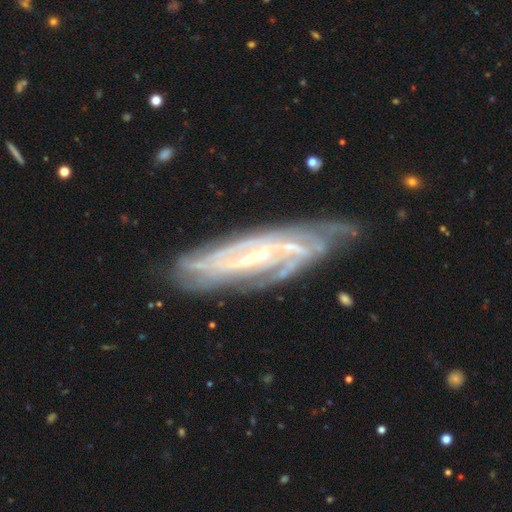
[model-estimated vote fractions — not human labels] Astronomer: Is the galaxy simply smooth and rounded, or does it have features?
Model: featured or disk — 87%.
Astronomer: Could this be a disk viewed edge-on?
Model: no — 82%.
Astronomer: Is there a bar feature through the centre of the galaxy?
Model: strong — 39% (runner-up: weak, 38%).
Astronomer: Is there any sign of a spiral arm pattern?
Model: yes — 96%.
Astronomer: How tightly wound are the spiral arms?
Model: tight — 54% (runner-up: medium, 37%).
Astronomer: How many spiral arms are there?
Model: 2 — 34% (runner-up: can't tell, 26%).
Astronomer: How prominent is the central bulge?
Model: small — 69%.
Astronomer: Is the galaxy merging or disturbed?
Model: none — 71%.